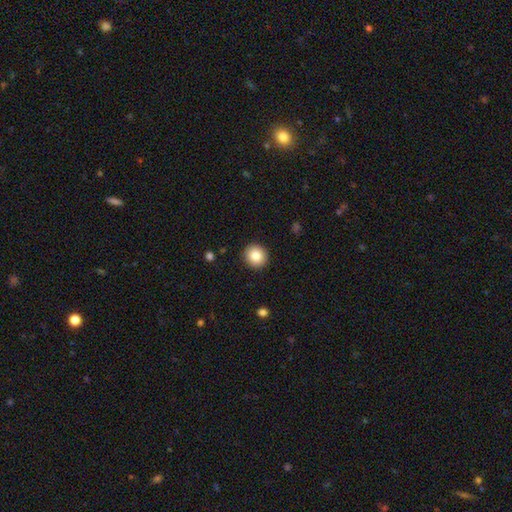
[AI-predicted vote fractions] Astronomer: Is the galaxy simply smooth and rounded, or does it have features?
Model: smooth — 84%.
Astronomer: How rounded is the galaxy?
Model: round — 92%.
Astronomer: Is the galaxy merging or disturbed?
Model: none — 92%.